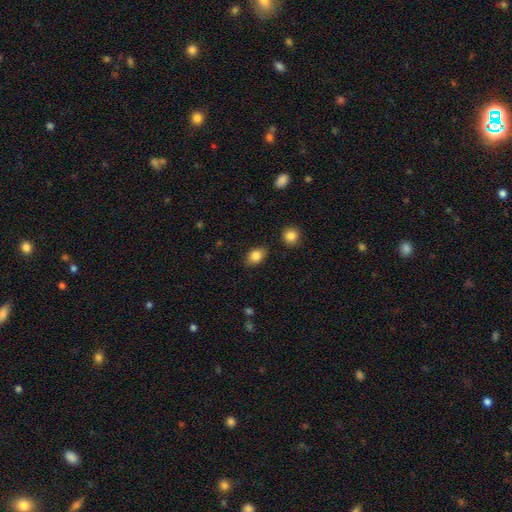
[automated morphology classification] smooth 85%, star or artifact 8%, featured or disk 7%. Down the decision tree: how rounded — in between (76%); merging — none (85%).